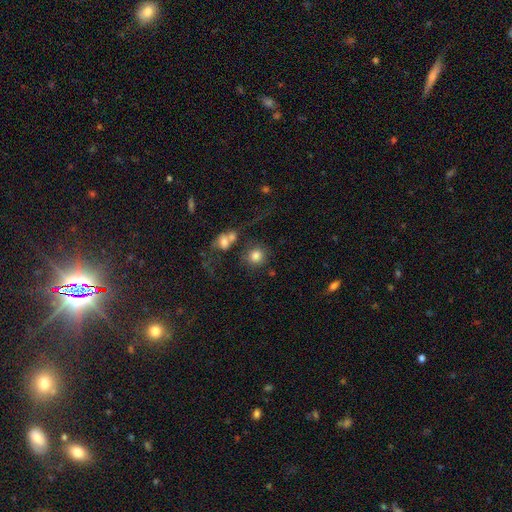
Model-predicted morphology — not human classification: This is likely a smooth galaxy (78%). How rounded: clearly round (87%). Merging: possibly none (59%).